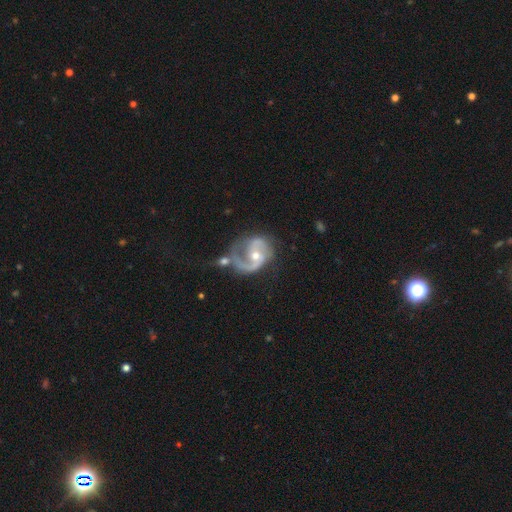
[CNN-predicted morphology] type=featured or disk (87%); edge-on=no (98%); bar=no (50%); spiral arms=yes (95%); winding=medium (51%); arm count=2 (70%); bulge=moderate (55%); merging=none (42%).